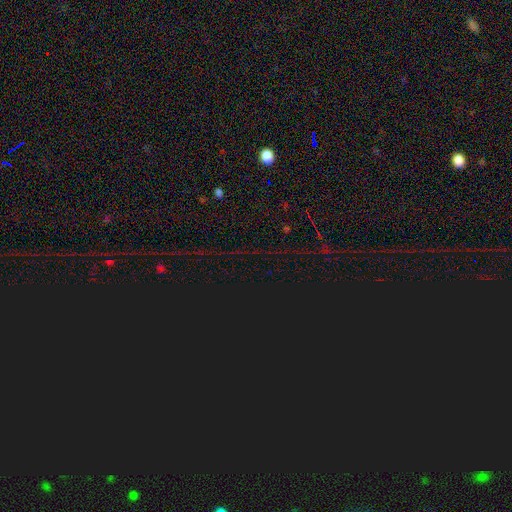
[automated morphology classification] Smooth or featured? Predicted: star or artifact (p=0.81).